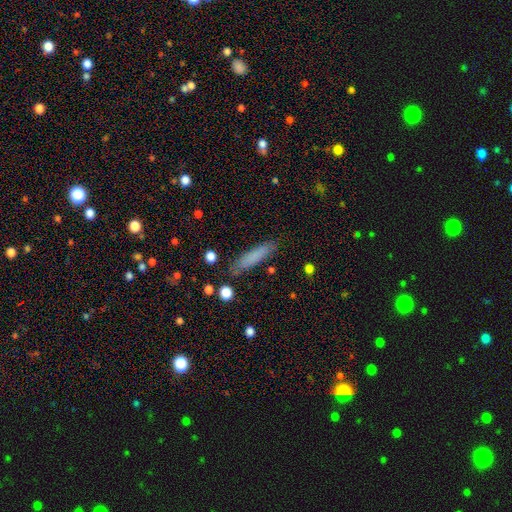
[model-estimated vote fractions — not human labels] Overall: smooth (79%). How rounded: cigar-shaped (81%). Merging: none (83%).